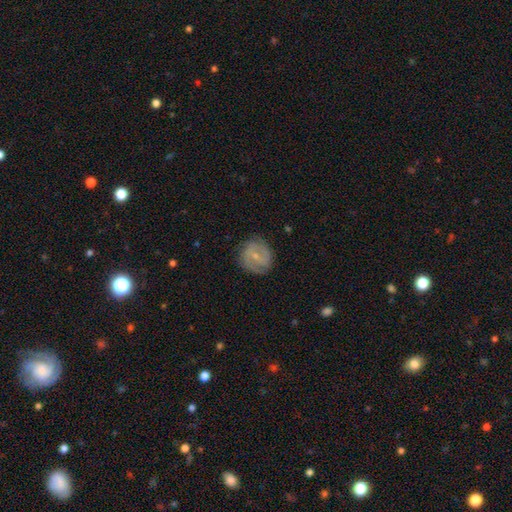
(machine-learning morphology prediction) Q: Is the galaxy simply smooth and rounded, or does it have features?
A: featured or disk — 64%.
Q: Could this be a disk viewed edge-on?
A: no — 97%.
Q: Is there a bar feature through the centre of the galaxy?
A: weak — 47%.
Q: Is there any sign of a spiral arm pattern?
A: yes — 83%.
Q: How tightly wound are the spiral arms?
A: tight — 45%.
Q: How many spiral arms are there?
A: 2 — 62%.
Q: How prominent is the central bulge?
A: small — 67%.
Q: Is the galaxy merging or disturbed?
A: none — 78%.